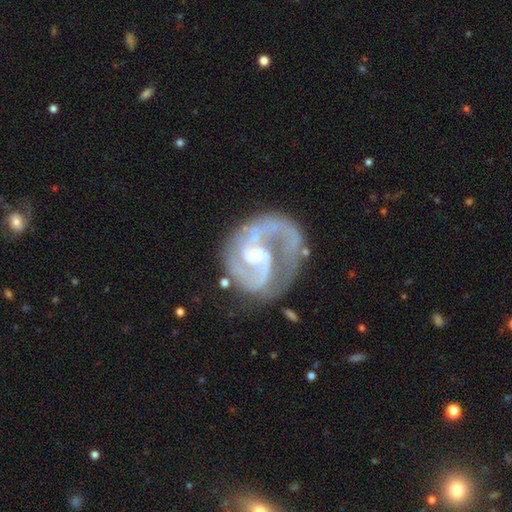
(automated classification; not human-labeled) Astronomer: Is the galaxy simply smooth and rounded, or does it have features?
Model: featured or disk — 92%.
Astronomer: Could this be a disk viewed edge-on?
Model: no — 98%.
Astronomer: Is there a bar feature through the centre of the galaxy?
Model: weak — 50% (runner-up: no, 36%).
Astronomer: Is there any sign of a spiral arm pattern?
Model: yes — 98%.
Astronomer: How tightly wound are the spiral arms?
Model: medium — 55% (runner-up: tight, 31%).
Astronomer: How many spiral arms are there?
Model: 2 — 79%.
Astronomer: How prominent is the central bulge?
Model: small — 46% (runner-up: moderate, 44%).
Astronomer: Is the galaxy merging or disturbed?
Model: none — 56%.